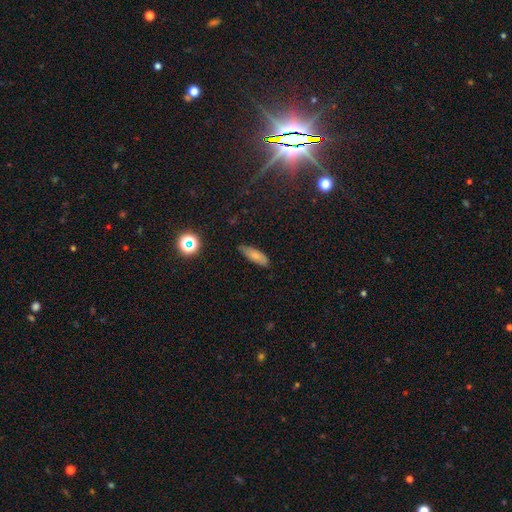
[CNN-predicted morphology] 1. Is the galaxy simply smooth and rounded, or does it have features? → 77% smooth, 14% featured or disk, 10% star or artifact.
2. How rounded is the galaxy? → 57% in between, 40% cigar-shaped, 2% round.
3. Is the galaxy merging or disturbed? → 77% none, 19% minor disturbance, 3% major disturbance, 2% merger.